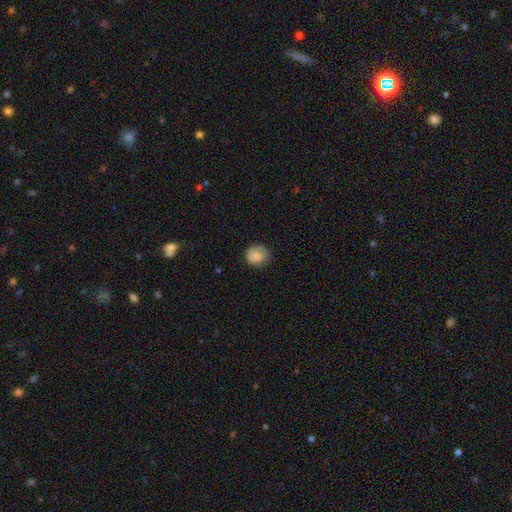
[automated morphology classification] smooth 83%, featured or disk 9%, star or artifact 8%. Down the decision tree: how rounded — round (76%); merging — none (66%).